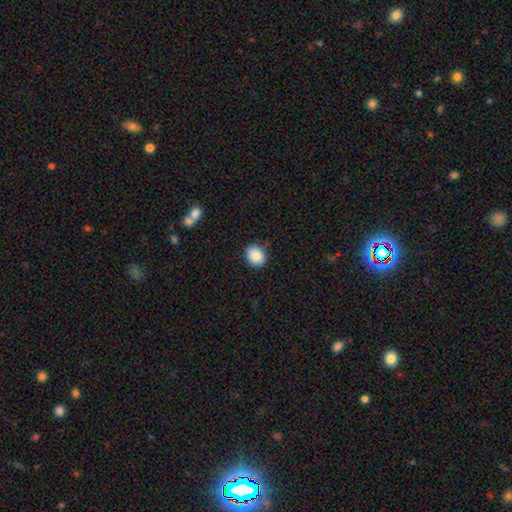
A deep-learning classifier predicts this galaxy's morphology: Overall: smooth (88%). How rounded: round (58%; in between 41%). Merging: none (84%).